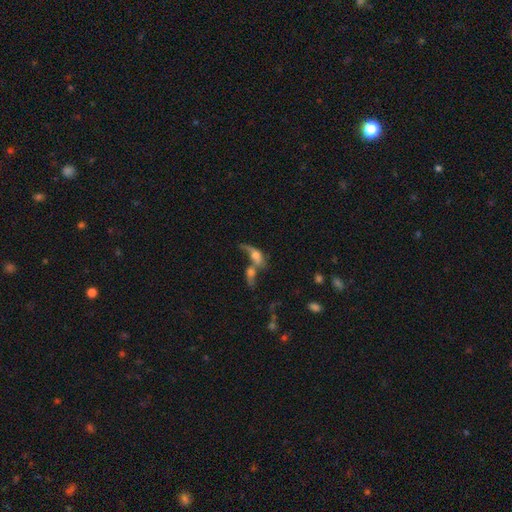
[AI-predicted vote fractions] Q: Smooth or featured?
A: featured or disk (44%); runner-up: smooth (43%)
Q: Merging?
A: merger (70%); runner-up: major disturbance (13%)